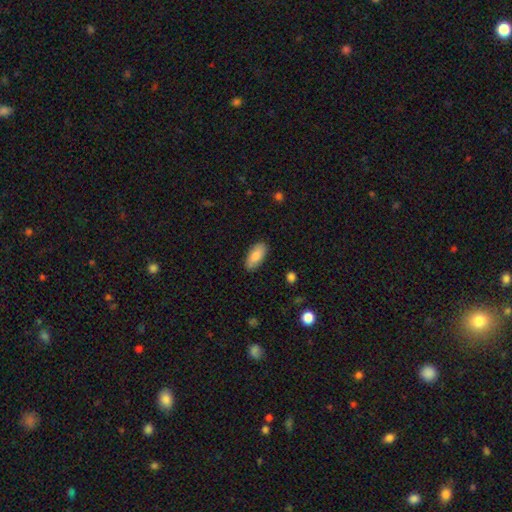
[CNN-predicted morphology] type=smooth (82%); roundness=in between (87%); merging=none (86%).